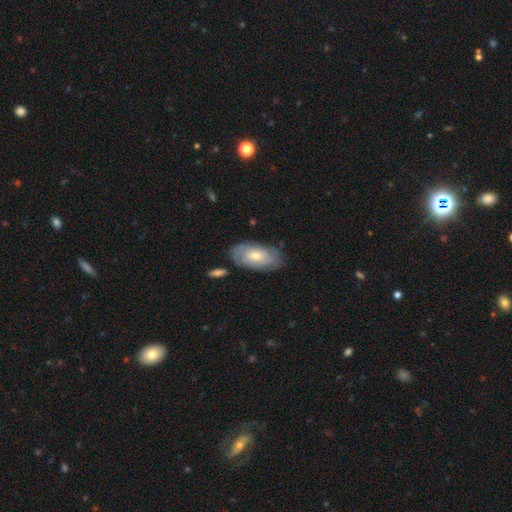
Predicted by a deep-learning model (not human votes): Morphology: type=featured or disk (56%); edge-on=no (91%); bar=no (76%); spiral arms=yes (74%); bulge=moderate (51%); merging=none (76%).